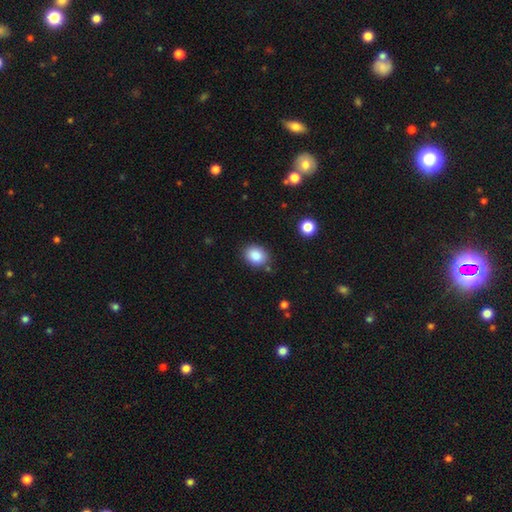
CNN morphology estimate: smooth 86%, star or artifact 9%, featured or disk 5%. Down the decision tree: how rounded — in between (53%); merging — none (83%).